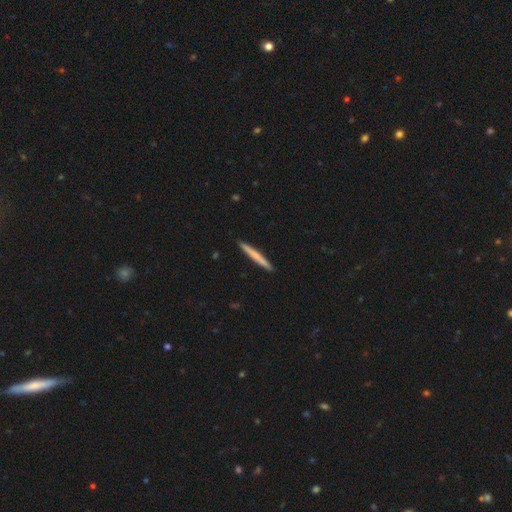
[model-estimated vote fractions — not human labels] Smooth or featured? Predicted: smooth (p=0.68). How rounded? Predicted: cigar-shaped (p=0.97). Merging? Predicted: none (p=0.93).